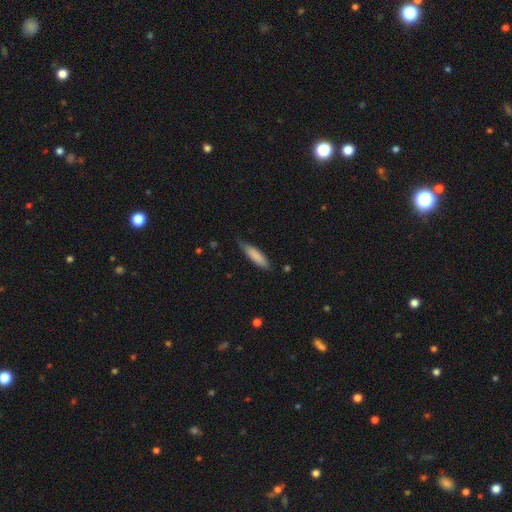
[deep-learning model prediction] Smooth or featured? Predicted: smooth (p=0.82). How rounded? Predicted: cigar-shaped (p=0.66). Merging? Predicted: none (p=0.68).